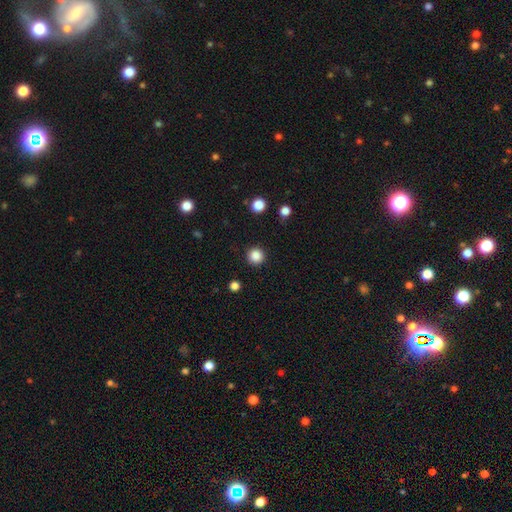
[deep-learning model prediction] Smooth or featured: smooth — 86% (star or artifact — 11%)
How rounded: round — 95% (in between — 4%)
Merging: none — 92% (minor disturbance — 5%)